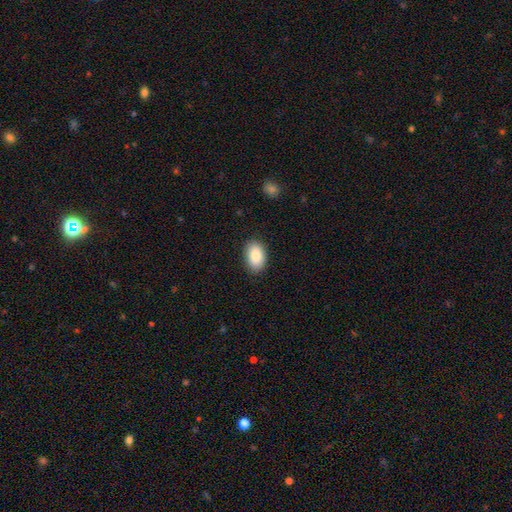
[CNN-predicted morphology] This appears to be a smooth galaxy with no disk features (87%) that is in between round and cigar-shaped (91%). Merging: none (87%).